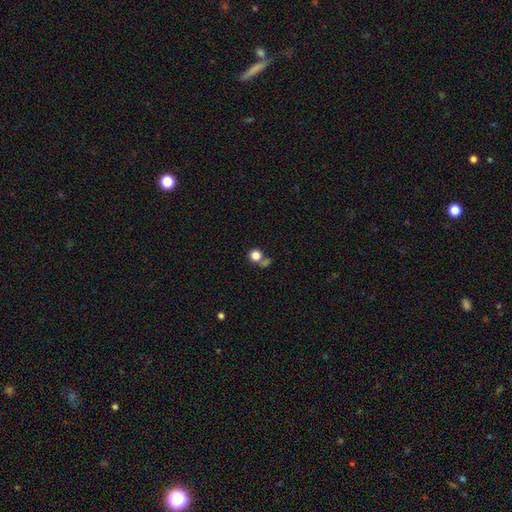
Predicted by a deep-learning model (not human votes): smooth 81%, star or artifact 12%, featured or disk 7%. Down the decision tree: how rounded — round (89%); merging — none (56%).